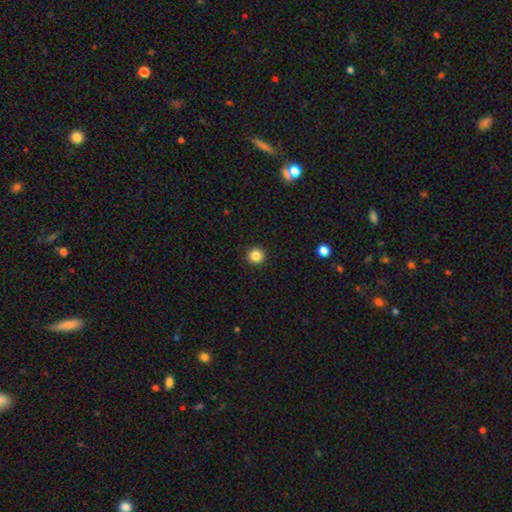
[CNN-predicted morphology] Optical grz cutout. It shows a smooth galaxy with no disk features (86%) that is round (96%). Merging: none (93%).